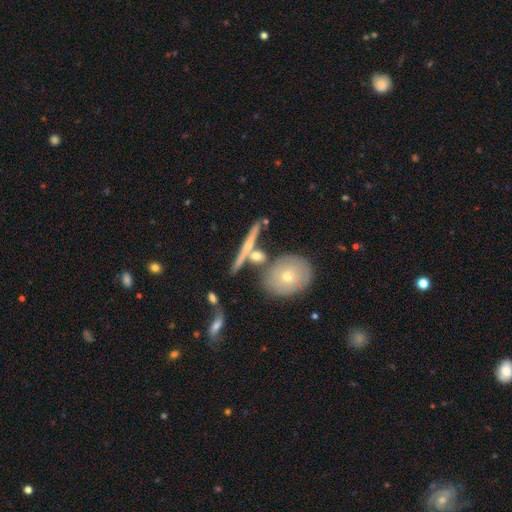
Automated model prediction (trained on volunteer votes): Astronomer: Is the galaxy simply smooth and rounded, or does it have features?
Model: featured or disk — 55% (runner-up: smooth, 36%).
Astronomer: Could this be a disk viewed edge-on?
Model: yes — 84%.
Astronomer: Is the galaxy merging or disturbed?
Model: none — 66%.